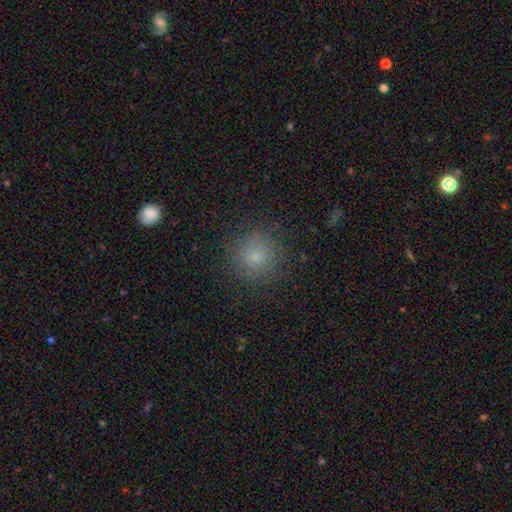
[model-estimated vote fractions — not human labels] This is likely a smooth galaxy (76%). How rounded: clearly round (93%). Merging: clearly none (85%).